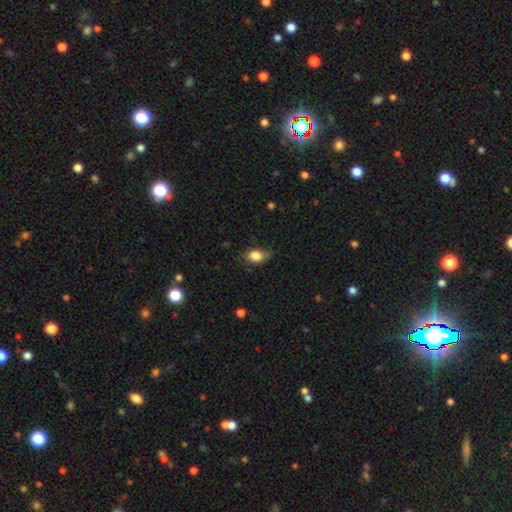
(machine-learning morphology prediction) Smooth or featured: smooth — 82% (featured or disk — 10%)
How rounded: in between — 78% (round — 20%)
Merging: none — 64% (minor disturbance — 28%)